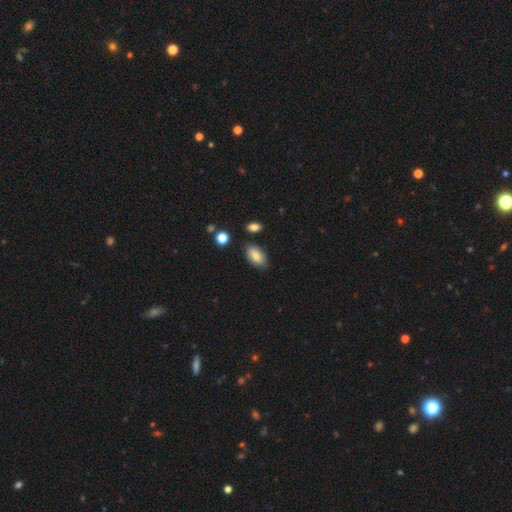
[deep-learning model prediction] Q: Smooth or featured?
A: smooth (79%); runner-up: featured or disk (13%)
Q: How rounded?
A: in between (93%); runner-up: round (5%)
Q: Merging?
A: none (79%); runner-up: minor disturbance (15%)